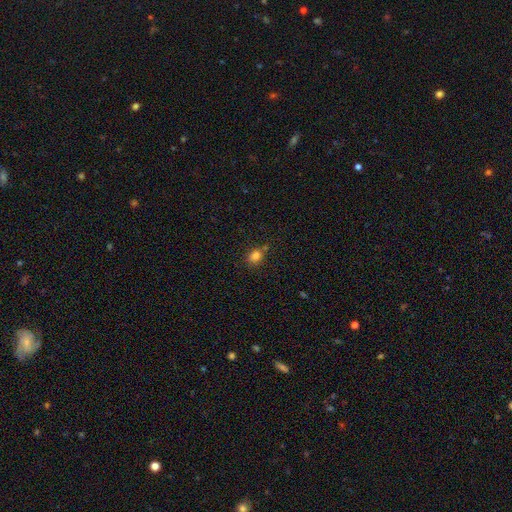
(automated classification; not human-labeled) Smooth or featured? Predicted: smooth (p=0.81). How rounded? Predicted: round (p=0.59). Merging? Predicted: none (p=0.71).